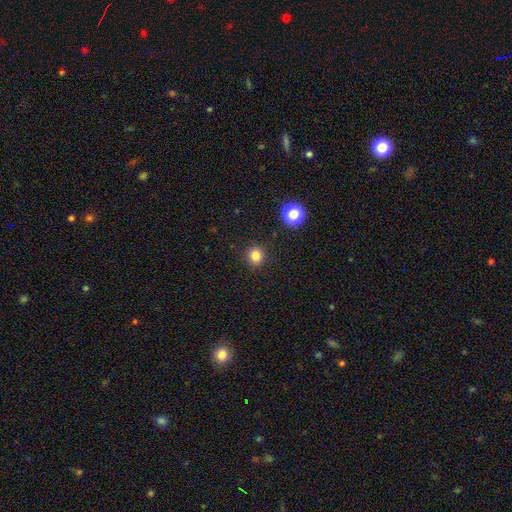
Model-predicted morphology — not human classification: The model was most divided on "smooth or featured": smooth: 81%, star or artifact: 14%, featured or disk: 5%. More confident: merging — none (92%); how rounded — round (91%).